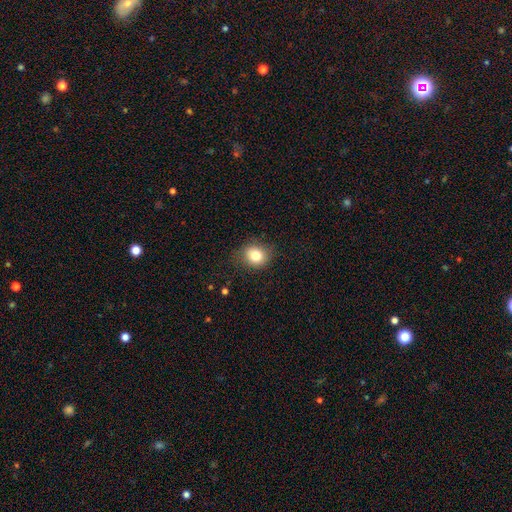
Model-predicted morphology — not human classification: type=smooth (80%); roundness=round (70%); merging=none (80%).